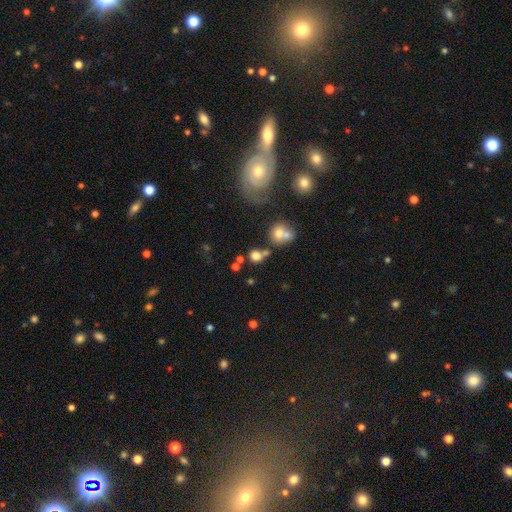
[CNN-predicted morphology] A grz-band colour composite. It shows a smooth galaxy with no disk features (74%) that is round (75%). Merging: none (54%).